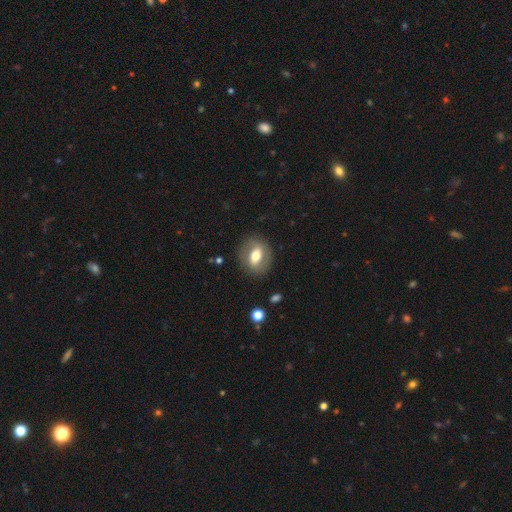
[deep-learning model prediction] Smooth or featured? Predicted: smooth (p=0.52). How rounded? Predicted: in between (p=0.54). Merging? Predicted: none (p=0.83).